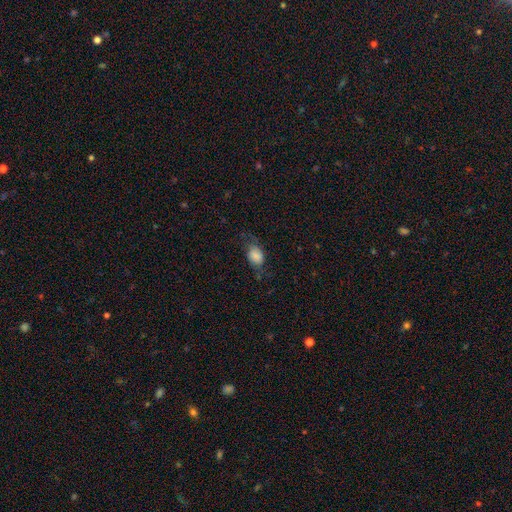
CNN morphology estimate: The model was most divided on "merging": none: 53%, minor disturbance: 26%, major disturbance: 19%, merger: 2%. More confident: how rounded — in between (77%); smooth or featured — smooth (71%).